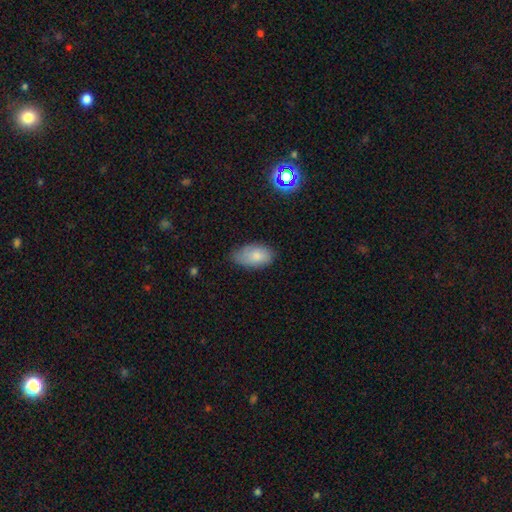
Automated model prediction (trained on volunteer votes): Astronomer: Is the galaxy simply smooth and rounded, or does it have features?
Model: smooth — 77%.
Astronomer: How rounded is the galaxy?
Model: in between — 93%.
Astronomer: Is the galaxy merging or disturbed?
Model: none — 59%.